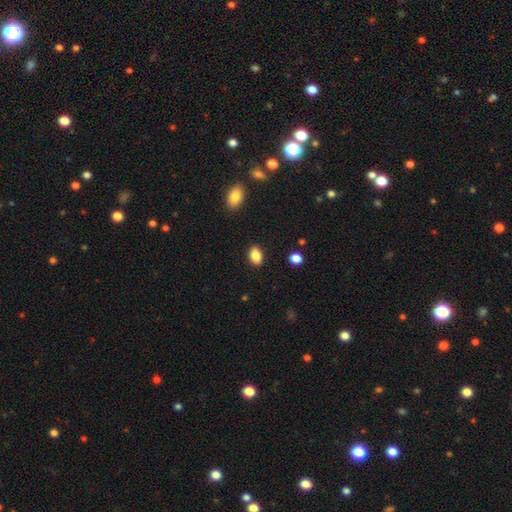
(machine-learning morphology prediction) The model was most divided on "how rounded": in between: 87%, round: 12%, cigar-shaped: 2%. More confident: merging — none (88%); smooth or featured — smooth (87%).